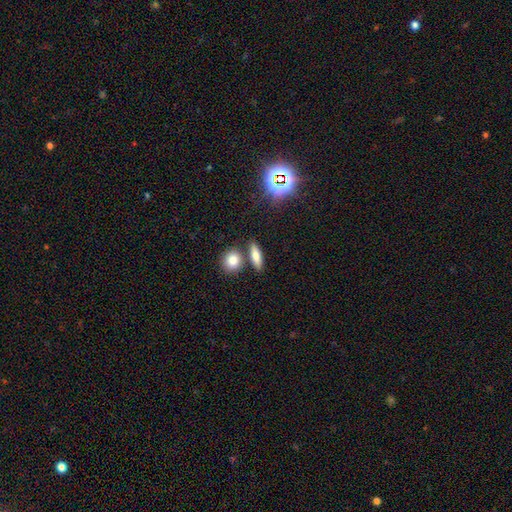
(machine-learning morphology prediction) Smooth or featured: smooth — 72% (featured or disk — 16%)
How rounded: in between — 46% (cigar-shaped — 41%)
Merging: none — 75% (merger — 13%)